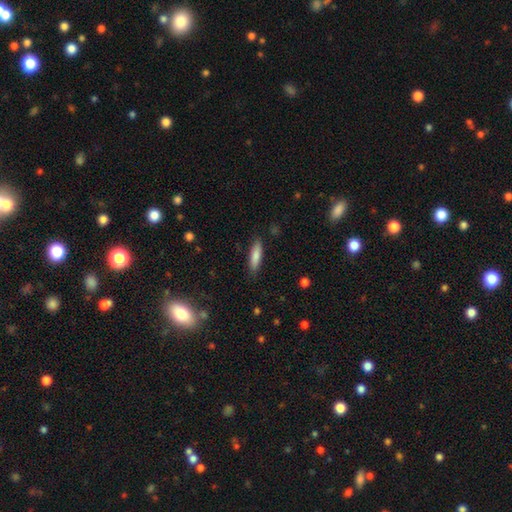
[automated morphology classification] Smooth or featured? smooth (83%)
How rounded? cigar-shaped (63%)
Merging? none (86%)